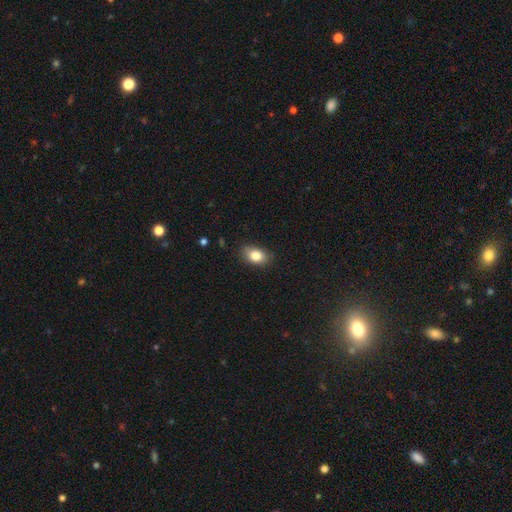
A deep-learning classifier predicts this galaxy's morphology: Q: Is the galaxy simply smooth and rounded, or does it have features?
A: smooth — 83%.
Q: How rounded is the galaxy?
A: in between — 83%.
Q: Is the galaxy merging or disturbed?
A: none — 81%.